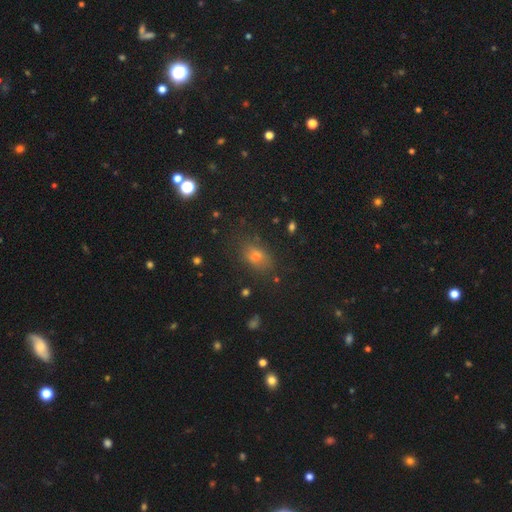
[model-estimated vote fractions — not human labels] A smooth galaxy with no disk features (68%) that is in between round and cigar-shaped (73%). Merging: none (75%).